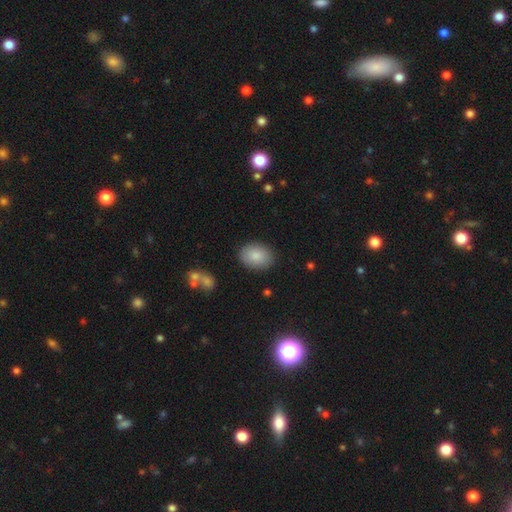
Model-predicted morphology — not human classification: smooth 86%, featured or disk 8%, star or artifact 7%. Down the decision tree: how rounded — in between (70%); merging — none (87%).